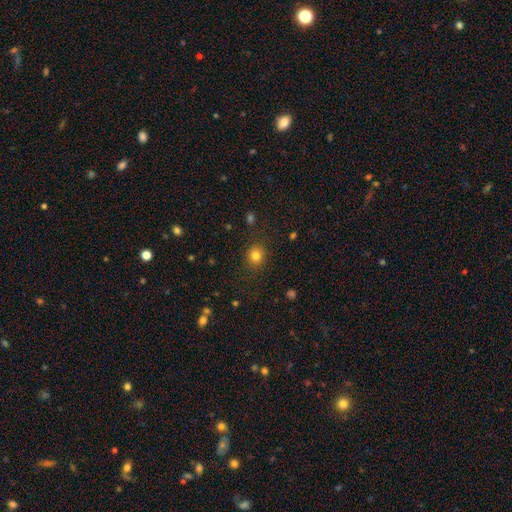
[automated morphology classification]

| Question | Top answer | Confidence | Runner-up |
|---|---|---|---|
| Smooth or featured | smooth | 82% | star or artifact (13%) |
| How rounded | round | 82% | in between (18%) |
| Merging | none | 88% | minor disturbance (8%) |